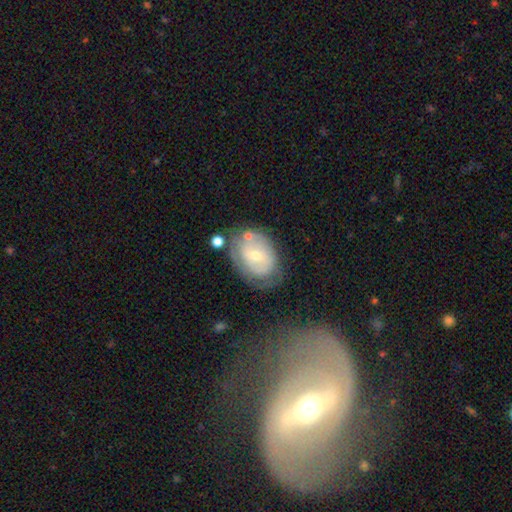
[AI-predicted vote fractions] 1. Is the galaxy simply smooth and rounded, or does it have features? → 51% featured or disk, 42% smooth, 7% star or artifact.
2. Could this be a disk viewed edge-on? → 95% no, 5% yes.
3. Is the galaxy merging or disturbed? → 51% none, 26% minor disturbance, 14% major disturbance, 9% merger.